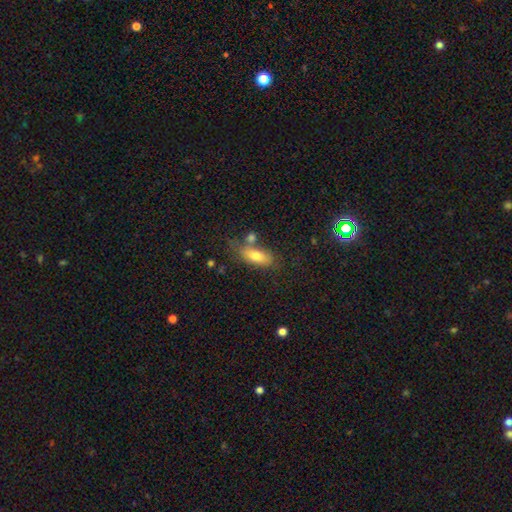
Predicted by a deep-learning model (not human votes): smooth 74%, featured or disk 18%, star or artifact 8%. Down the decision tree: how rounded — in between (75%); merging — none (57%).